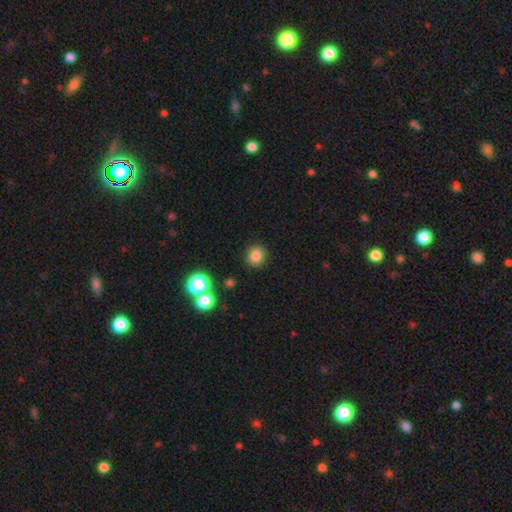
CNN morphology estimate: type=smooth (82%); roundness=round (81%); merging=none (85%).